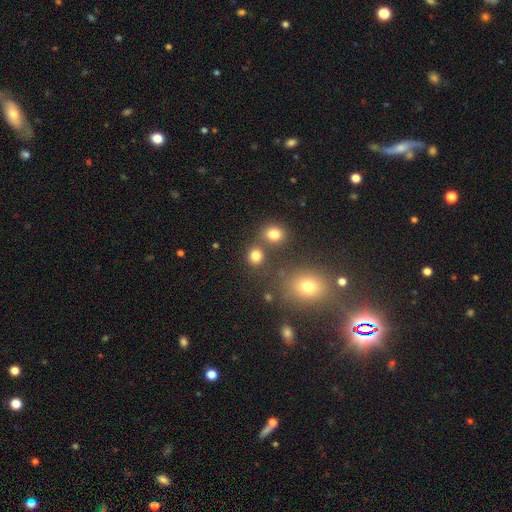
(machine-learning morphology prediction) type=smooth (79%); roundness=round (79%); merging=none (71%).